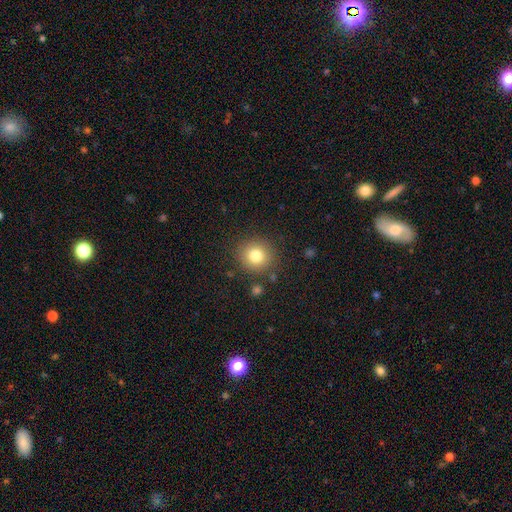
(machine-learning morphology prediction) This appears to be a smooth galaxy with no disk features (80%) that is round (89%). Merging: none (86%).